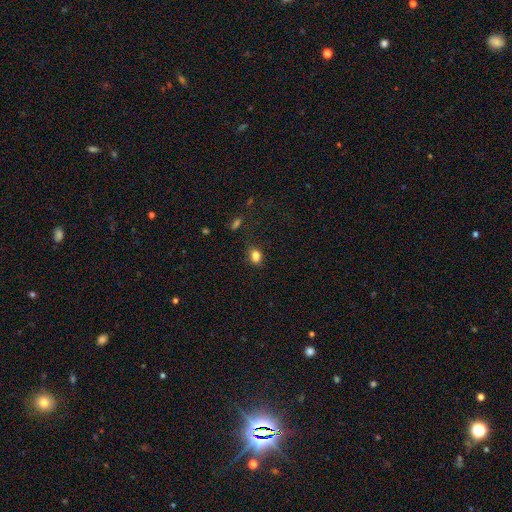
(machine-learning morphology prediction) Overall: smooth (81%). How rounded: in between (58%; round 41%). Merging: none (68%).